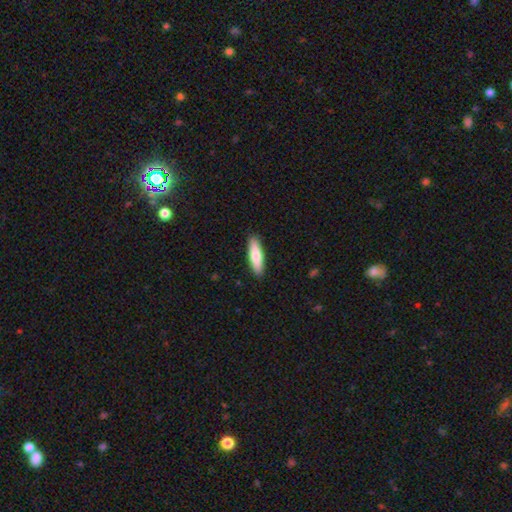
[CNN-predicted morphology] The model was most divided on "how rounded": cigar-shaped: 66%, in between: 32%, round: 2%. More confident: merging — none (90%); smooth or featured — smooth (77%).